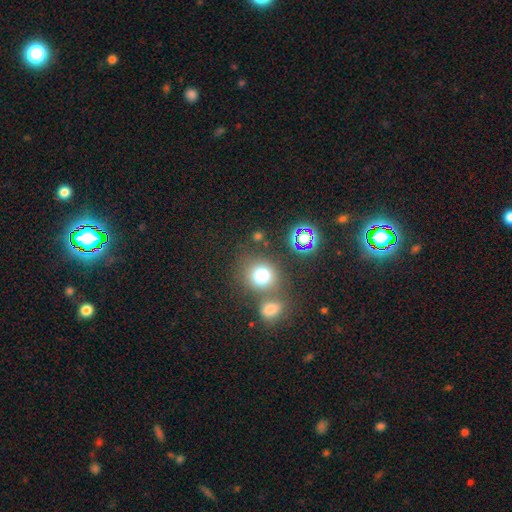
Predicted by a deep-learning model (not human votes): This appears to be a smooth galaxy with no disk features (52%) that is round (88%). Merging: none (68%).